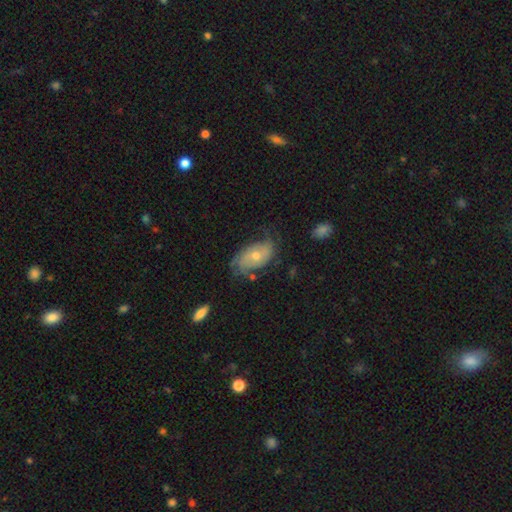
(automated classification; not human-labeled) Q: Smooth or featured?
A: featured or disk (61%); runner-up: smooth (31%)
Q: Edge-on disk?
A: no (93%); runner-up: yes (7%)
Q: Bar?
A: no (78%); runner-up: weak (18%)
Q: Spiral arms?
A: yes (79%); runner-up: no (21%)
Q: Bulge size?
A: moderate (56%); runner-up: small (40%)
Q: Merging?
A: none (58%); runner-up: minor disturbance (28%)